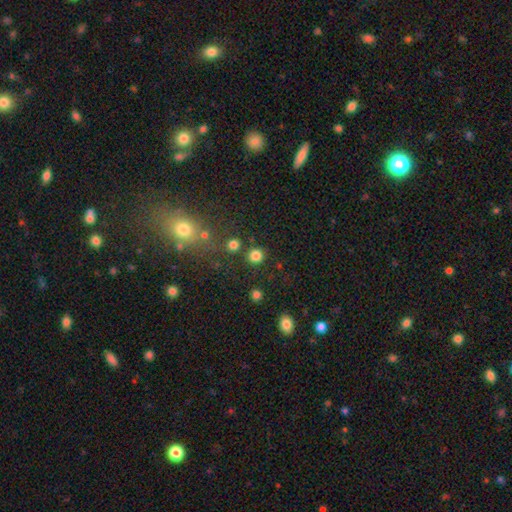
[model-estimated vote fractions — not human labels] Smooth or featured? Predicted: smooth (p=0.81). How rounded? Predicted: round (p=0.92). Merging? Predicted: none (p=0.84).